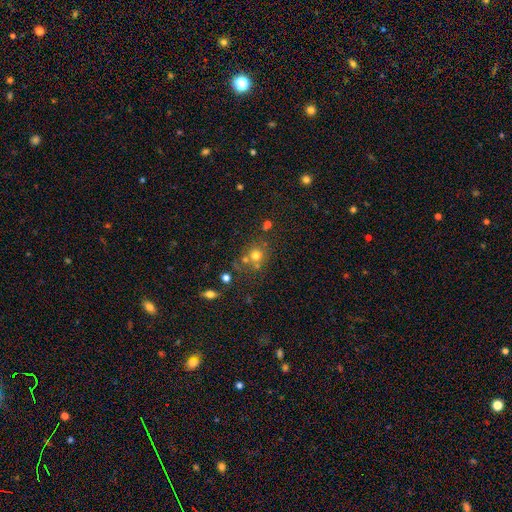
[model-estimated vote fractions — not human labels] Q: Smooth or featured?
A: smooth (67%); runner-up: star or artifact (19%)
Q: How rounded?
A: round (84%); runner-up: in between (15%)
Q: Merging?
A: none (56%); runner-up: merger (27%)